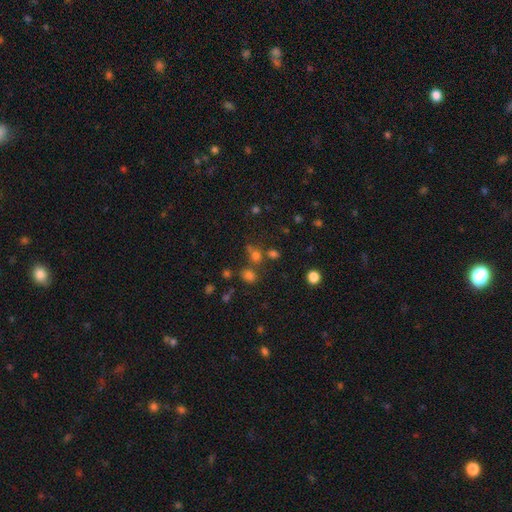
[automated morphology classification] The model was most divided on "smooth or featured": smooth: 60%, star or artifact: 31%, featured or disk: 9%. More confident: how rounded — round (76%); merging — none (60%).